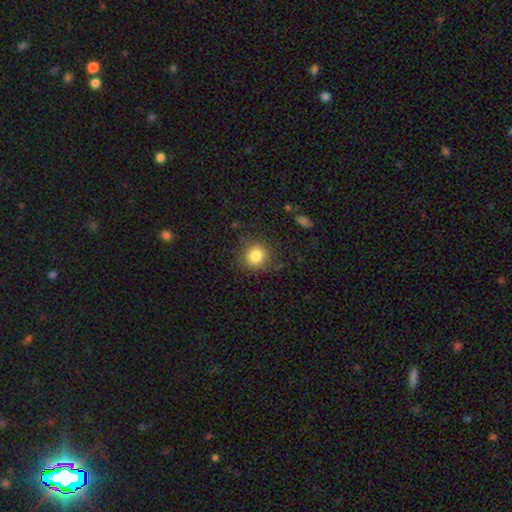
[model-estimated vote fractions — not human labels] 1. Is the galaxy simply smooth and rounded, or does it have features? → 83% smooth, 11% star or artifact, 6% featured or disk.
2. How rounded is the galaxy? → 90% round, 10% in between, 1% cigar-shaped.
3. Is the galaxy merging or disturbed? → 85% none, 10% minor disturbance, 4% major disturbance, 1% merger.